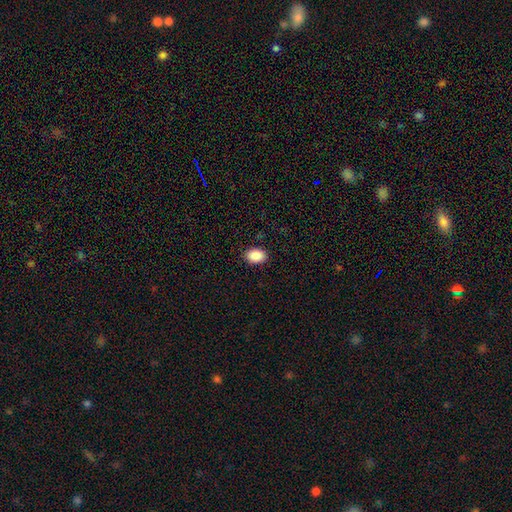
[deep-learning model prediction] A smooth galaxy with no disk features (88%) that is in between round and cigar-shaped (81%).

Vote fractions:
- Smooth or featured? smooth: 88% / star or artifact: 8% / featured or disk: 4%
- How rounded? in between: 81% / round: 18% / cigar-shaped: 1%
- Merging? none: 89% / minor disturbance: 8% / major disturbance: 2% / merger: 1%